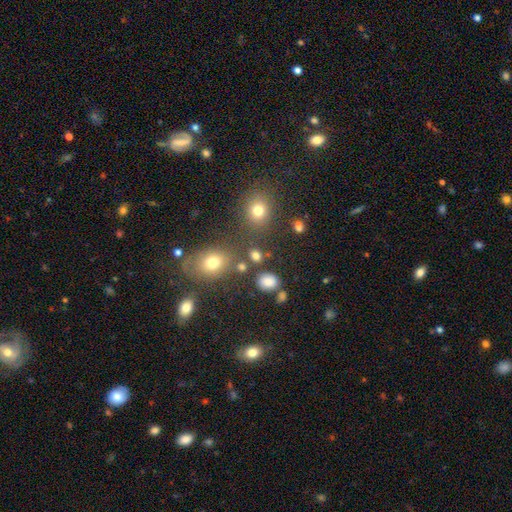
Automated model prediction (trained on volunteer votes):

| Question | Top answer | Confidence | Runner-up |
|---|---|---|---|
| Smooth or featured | smooth | 77% | star or artifact (16%) |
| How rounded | round | 61% | in between (38%) |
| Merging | none | 73% | merger (12%) |